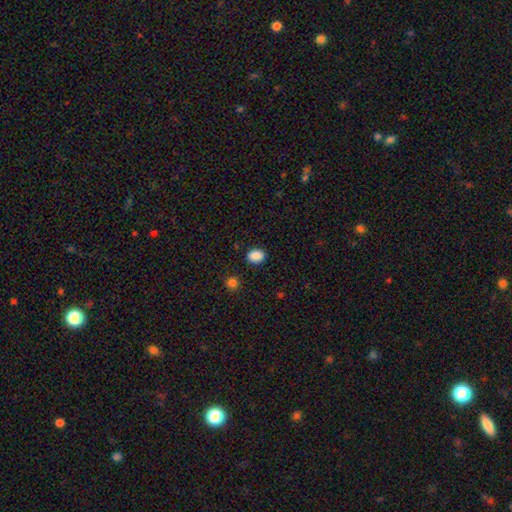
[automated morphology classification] type=smooth (88%); roundness=in between (58%); merging=none (87%).